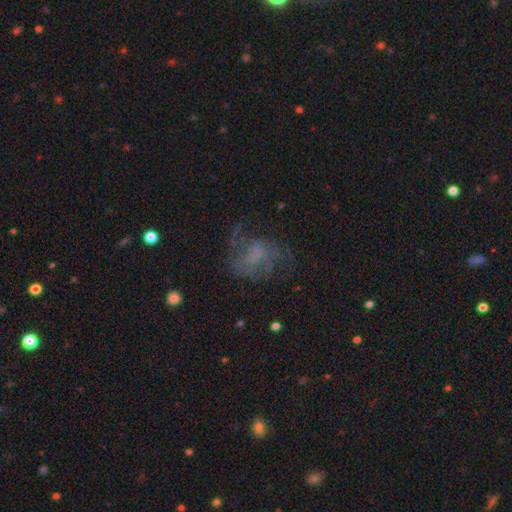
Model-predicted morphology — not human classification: This is possibly a featured or disk galaxy (59%). It is clearly not viewed edge-on (98%). Bar: likely no (63%). Spiral arm pattern: likely yes (73%). Central bulge: possibly none (56%). Merging: possibly none (50%).